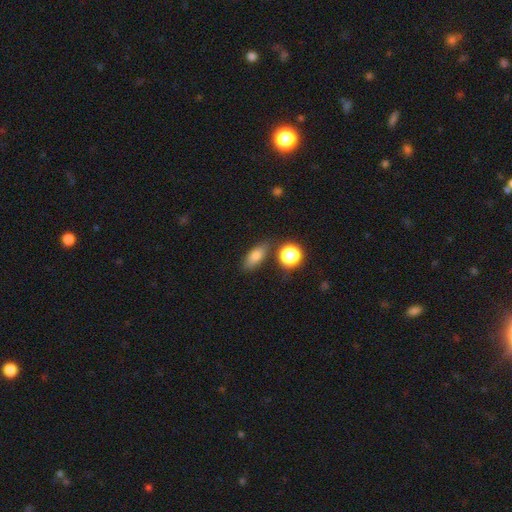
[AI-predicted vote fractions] Overall: smooth (76%). How rounded: in between (72%). Merging: none (79%).